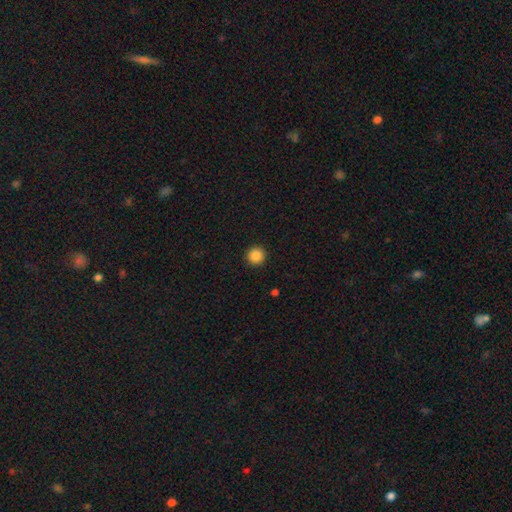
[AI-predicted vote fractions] Morphology: type=smooth (87%); roundness=round (95%); merging=none (93%).